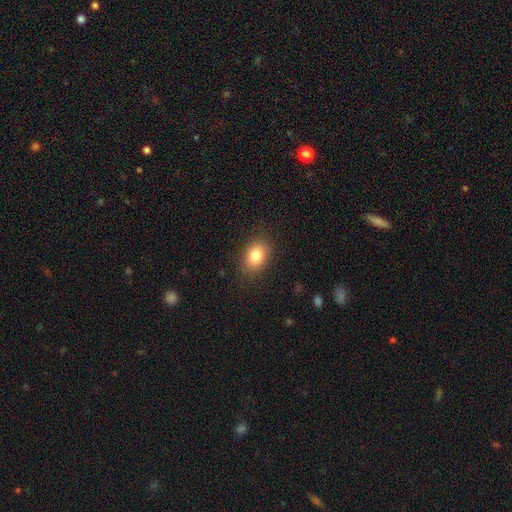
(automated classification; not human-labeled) This appears to be a smooth galaxy with no disk features (81%) that is in between round and cigar-shaped (74%). Merging: none (85%).